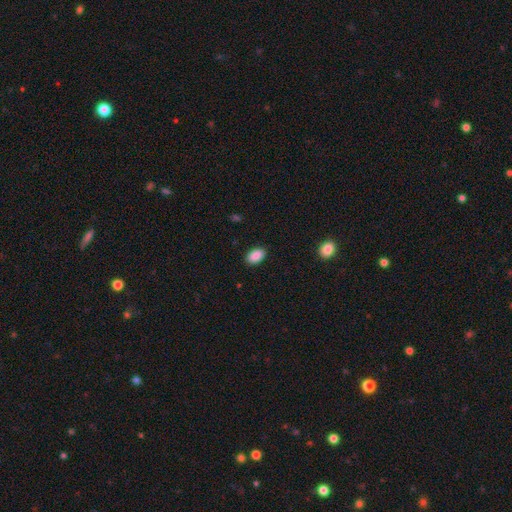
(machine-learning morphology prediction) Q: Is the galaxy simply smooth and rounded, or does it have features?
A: smooth — 90%.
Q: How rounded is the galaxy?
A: in between — 92%.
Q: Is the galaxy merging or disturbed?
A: none — 88%.